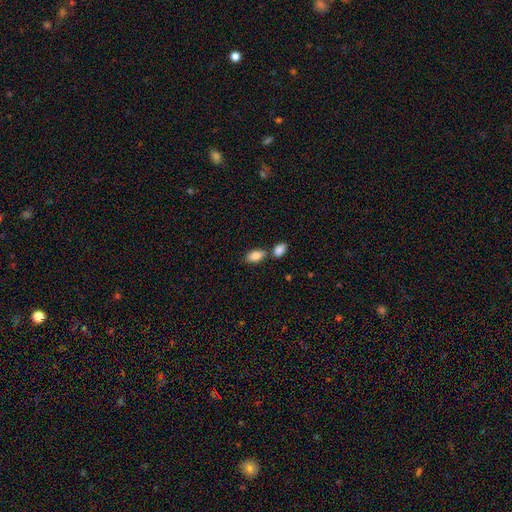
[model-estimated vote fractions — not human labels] Smooth or featured?
  - smooth: 86% *
  - featured or disk: 7%
  - star or artifact: 7%
How rounded?
  - in between: 91% *
  - round: 5%
  - cigar-shaped: 4%
Merging?
  - none: 59% *
  - merger: 27%
  - minor disturbance: 11%
  - major disturbance: 3%